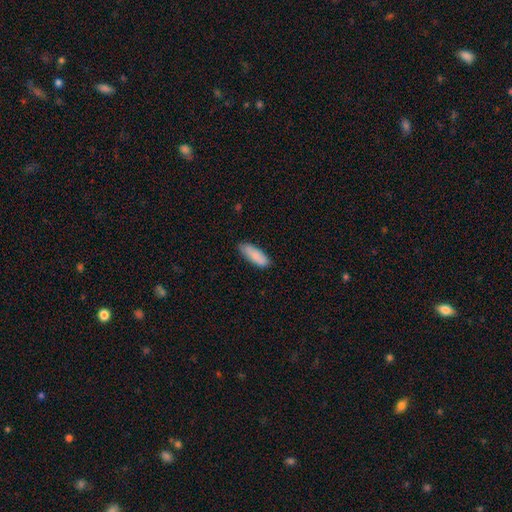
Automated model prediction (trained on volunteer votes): smooth_or_featured: smooth (p=0.86) [alt: featured or disk p=0.09]
how_rounded: in between (p=0.64) [alt: cigar-shaped p=0.34]
merging: none (p=0.81) [alt: minor disturbance p=0.15]